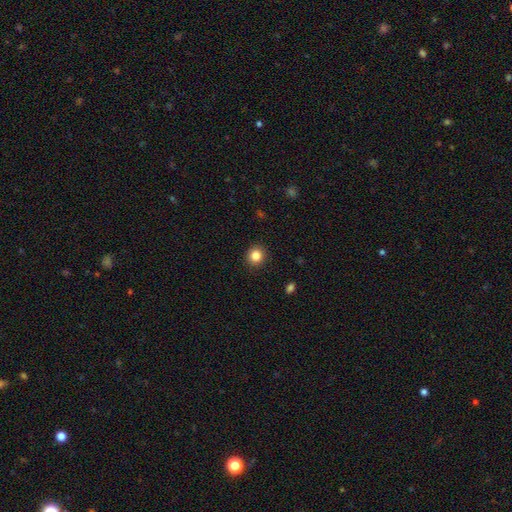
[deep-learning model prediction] This is clearly a smooth galaxy (84%). How rounded: clearly round (90%). Merging: clearly none (92%).